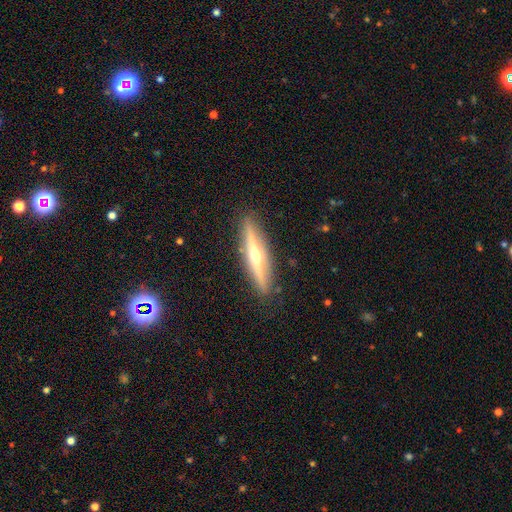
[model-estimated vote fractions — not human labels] Morphology: type=featured or disk (71%); edge-on=yes (94%); edge-on bulge=rounded (90%); merging=none (90%).